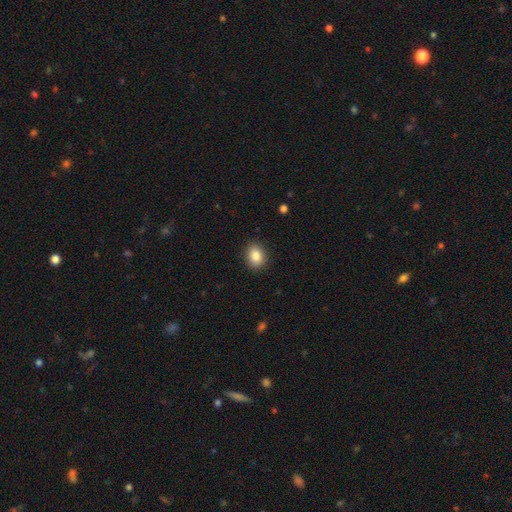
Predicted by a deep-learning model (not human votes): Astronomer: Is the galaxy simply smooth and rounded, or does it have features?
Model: smooth — 86%.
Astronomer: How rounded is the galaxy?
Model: in between — 53% (runner-up: round, 46%).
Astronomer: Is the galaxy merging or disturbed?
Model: none — 89%.